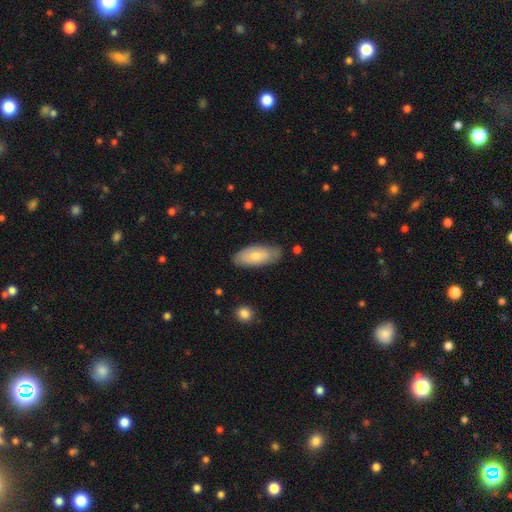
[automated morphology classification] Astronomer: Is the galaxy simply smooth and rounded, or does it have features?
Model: smooth — 67%.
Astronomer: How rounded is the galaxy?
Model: in between — 86%.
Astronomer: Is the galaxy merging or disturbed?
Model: none — 78%.